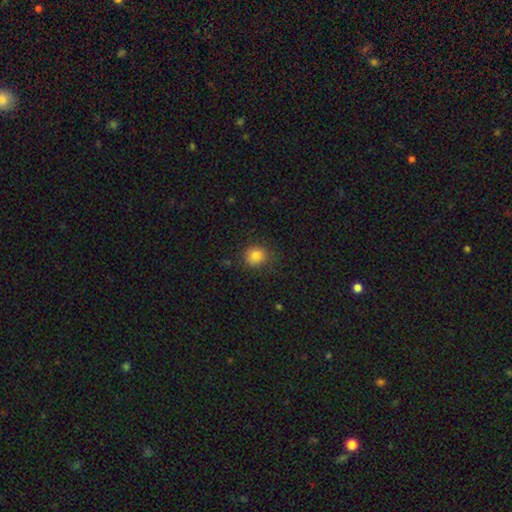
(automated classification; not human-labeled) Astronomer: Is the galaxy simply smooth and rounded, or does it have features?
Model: smooth — 83%.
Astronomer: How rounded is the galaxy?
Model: round — 81%.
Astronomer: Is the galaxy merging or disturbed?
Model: none — 82%.